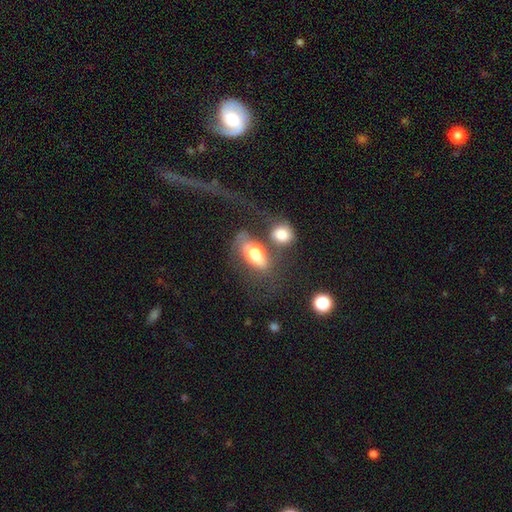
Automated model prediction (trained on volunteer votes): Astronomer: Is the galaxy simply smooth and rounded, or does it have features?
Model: smooth — 63%.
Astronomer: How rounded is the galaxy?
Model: in between — 84%.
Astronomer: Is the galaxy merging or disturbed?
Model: merger — 38% (runner-up: none, 28%).